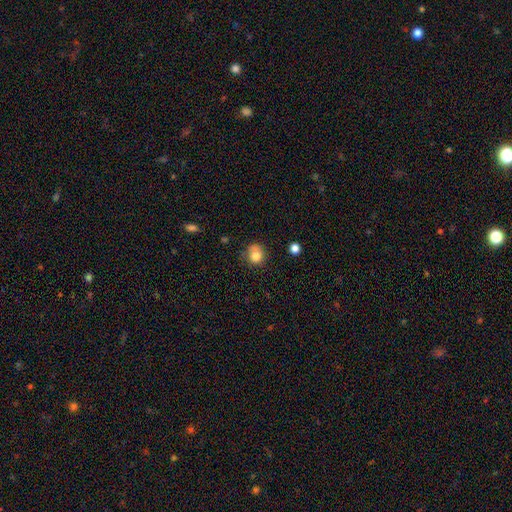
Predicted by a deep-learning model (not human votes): Smooth or featured? Predicted: smooth (p=0.80). How rounded? Predicted: round (p=0.80). Merging? Predicted: none (p=0.61).